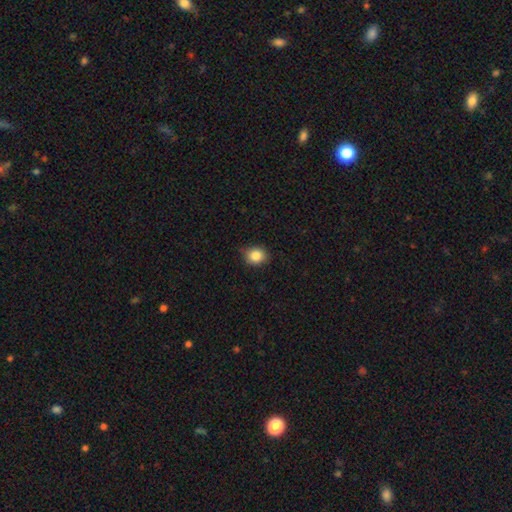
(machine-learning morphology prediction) Overall: smooth (85%). How rounded: round (69%; in between 30%). Merging: none (82%).